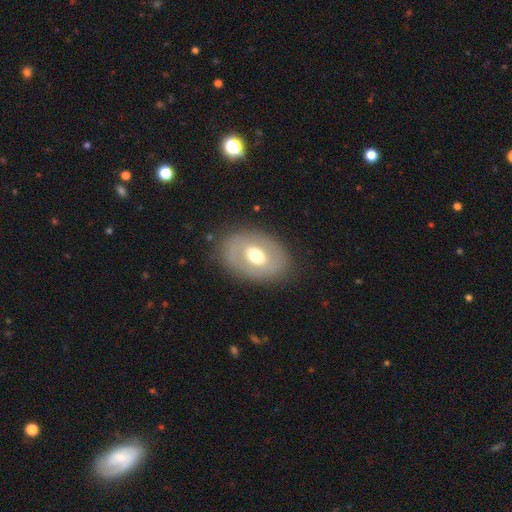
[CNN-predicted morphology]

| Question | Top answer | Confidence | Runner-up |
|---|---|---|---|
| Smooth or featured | featured or disk | 52% | smooth (41%) |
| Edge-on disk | no | 92% | yes (8%) |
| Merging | none | 83% | minor disturbance (12%) |